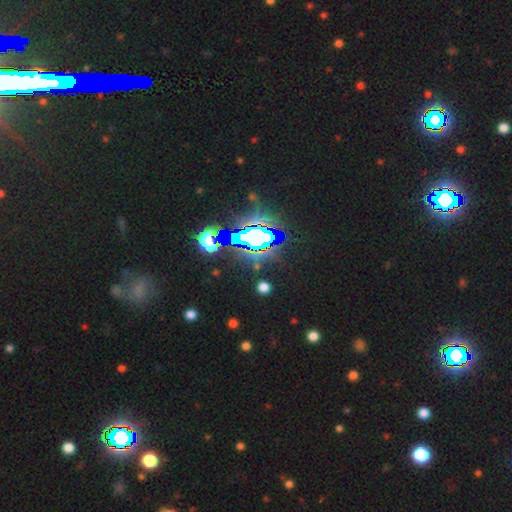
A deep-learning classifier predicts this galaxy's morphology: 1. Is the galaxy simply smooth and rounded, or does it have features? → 80% star or artifact, 11% smooth, 9% featured or disk.